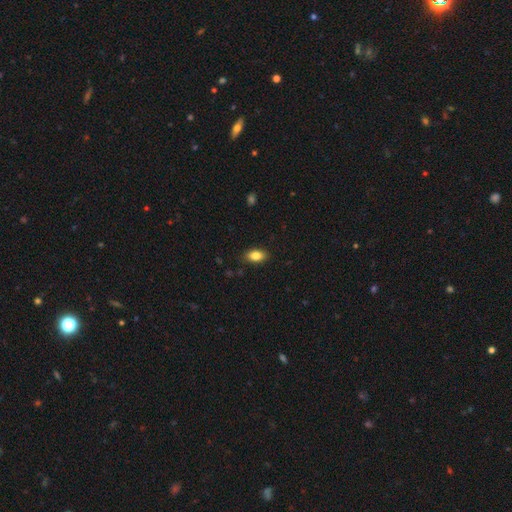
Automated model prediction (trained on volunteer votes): Smooth or featured? Predicted: smooth (p=0.83). How rounded? Predicted: in between (p=0.88). Merging? Predicted: none (p=0.87).